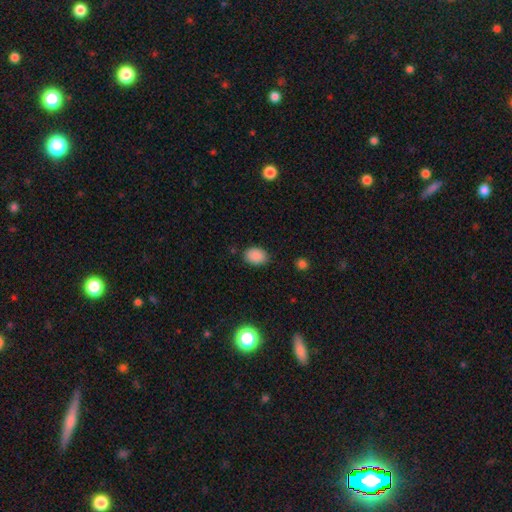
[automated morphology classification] smooth-or-featured: smooth: 88% | star or artifact: 9% | featured or disk: 3%
  how-rounded: in between: 71% | round: 28% | cigar-shaped: 1%
  merging: none: 83% | minor disturbance: 13% | major disturbance: 3% | merger: 1%